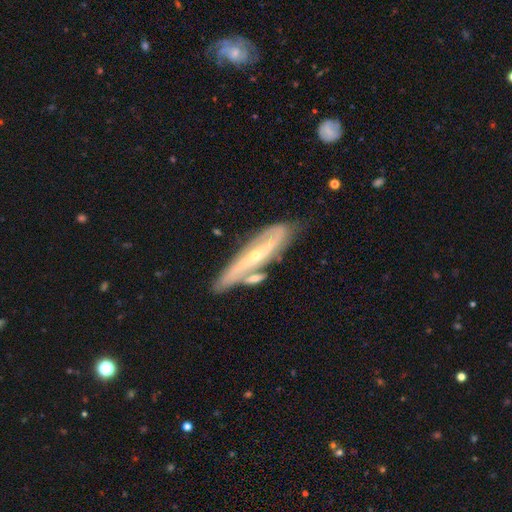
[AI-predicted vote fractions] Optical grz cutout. It shows a featured or disk galaxy (81%) with no bar (36%), spiral arms (90%) and a small central bulge (72%). Merging: none (68%).